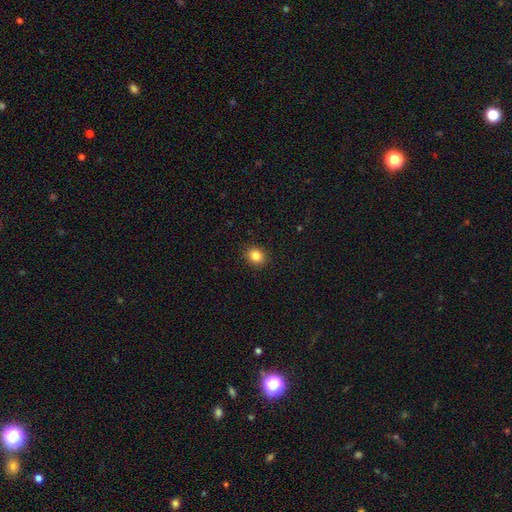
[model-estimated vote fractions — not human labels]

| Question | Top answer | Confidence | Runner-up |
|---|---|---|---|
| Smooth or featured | smooth | 84% | star or artifact (10%) |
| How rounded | round | 70% | in between (29%) |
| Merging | none | 91% | minor disturbance (6%) |